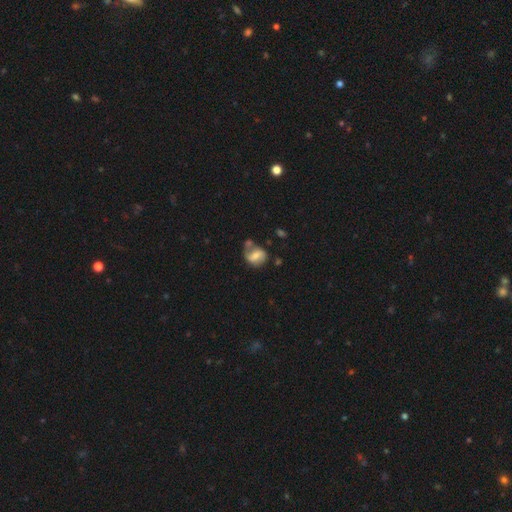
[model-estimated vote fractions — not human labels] Overall: featured or disk (47%; smooth 45%). Merging: none (46%; minor disturbance 22%).